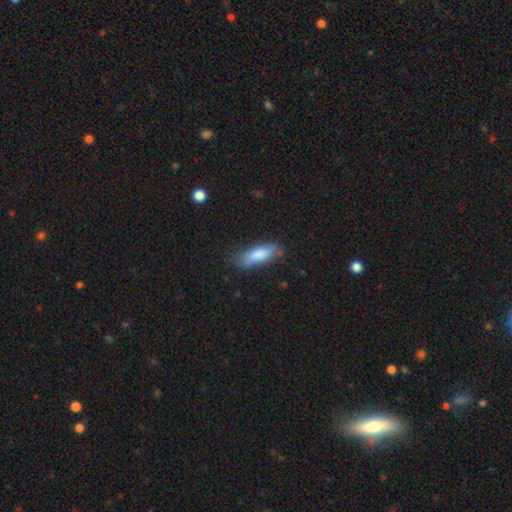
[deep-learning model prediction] Morphology: type=smooth (79%); roundness=in between (50%); merging=none (74%).